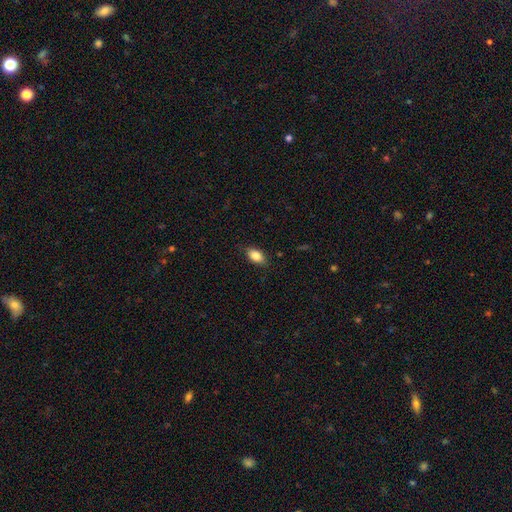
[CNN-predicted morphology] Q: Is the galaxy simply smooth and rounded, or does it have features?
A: smooth — 84%.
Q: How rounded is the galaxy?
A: in between — 88%.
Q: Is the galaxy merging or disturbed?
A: none — 83%.